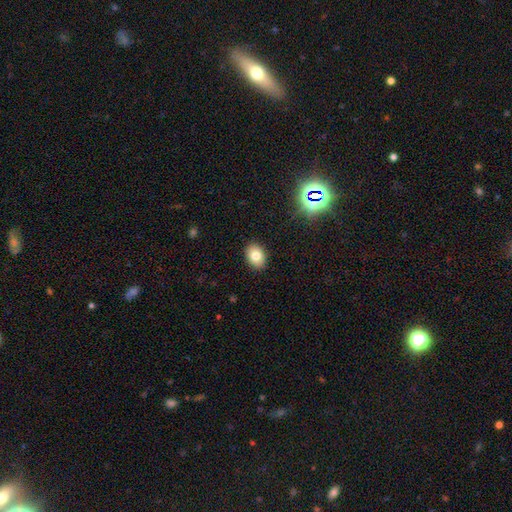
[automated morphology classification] Overall: smooth (78%). How rounded: in between (73%). Merging: none (89%).